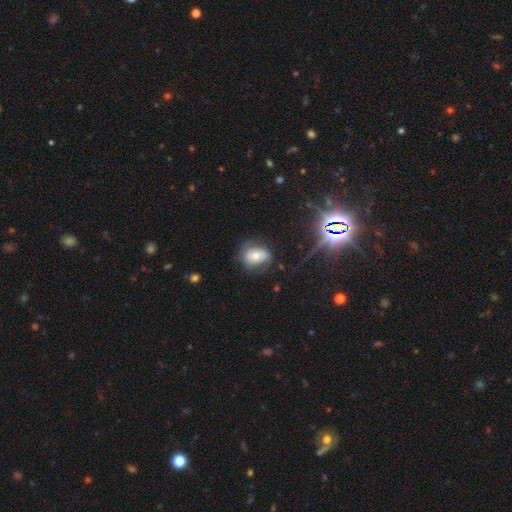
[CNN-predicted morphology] The model was most divided on "smooth or featured": smooth: 55%, featured or disk: 33%, star or artifact: 12%. More confident: how rounded — in between (63%); merging — none (60%).